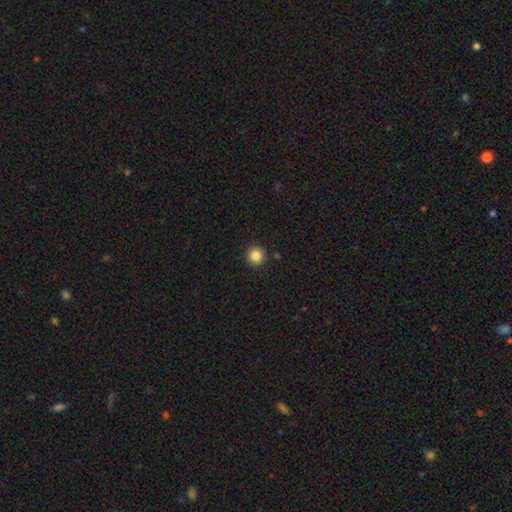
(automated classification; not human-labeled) Smooth or featured? Predicted: smooth (p=0.85). How rounded? Predicted: round (p=0.96). Merging? Predicted: none (p=0.92).